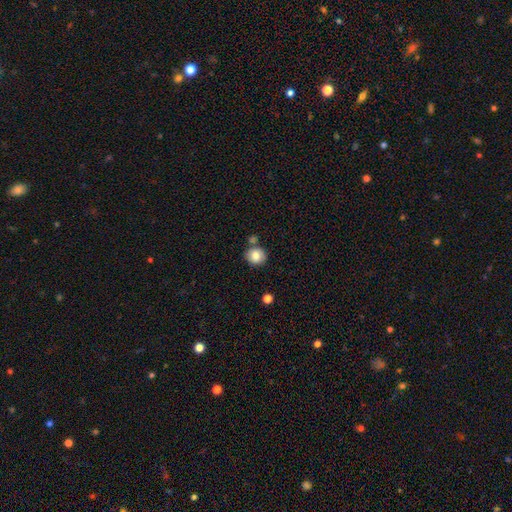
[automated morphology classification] Smooth or featured? Predicted: smooth (p=0.84). How rounded? Predicted: round (p=0.85). Merging? Predicted: none (p=0.72).